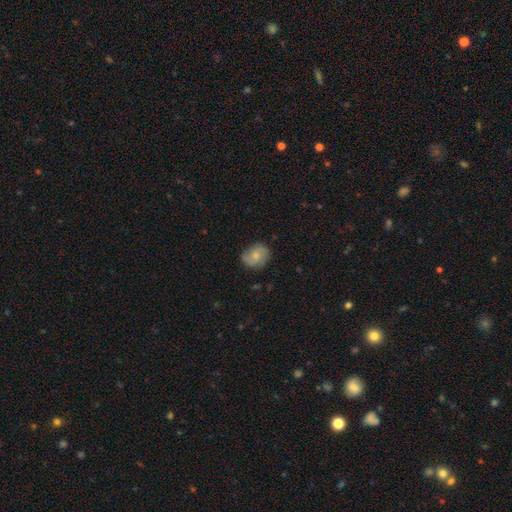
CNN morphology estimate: type=featured or disk (52%); edge-on=no (97%); bar=no (72%); spiral arms=yes (90%); bulge=small (52%); merging=none (73%).